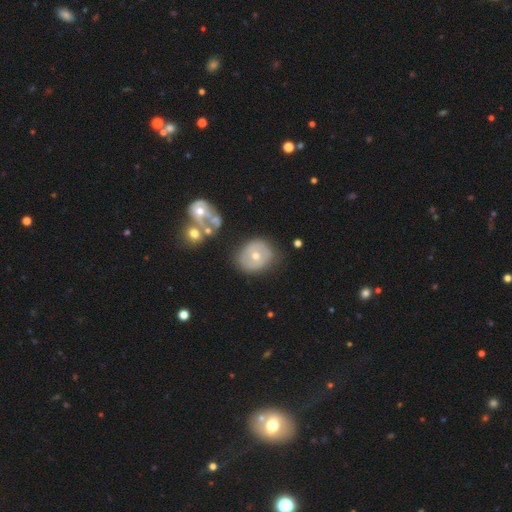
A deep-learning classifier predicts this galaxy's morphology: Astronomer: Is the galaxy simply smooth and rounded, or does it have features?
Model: featured or disk — 47% (runner-up: smooth, 46%).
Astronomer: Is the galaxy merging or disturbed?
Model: none — 71%.